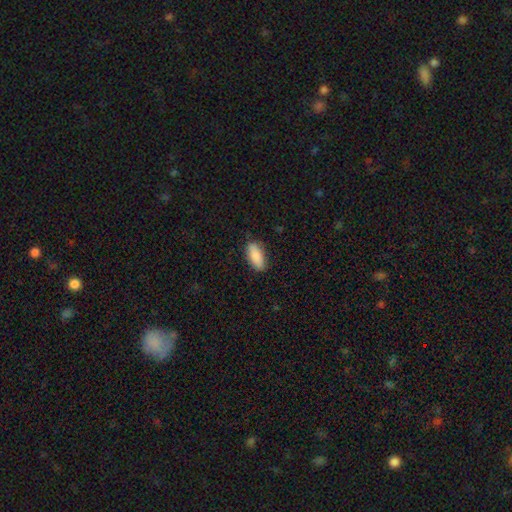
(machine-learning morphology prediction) This appears to be a smooth galaxy with no disk features (86%) that is in between round and cigar-shaped (80%). Merging: none (83%).